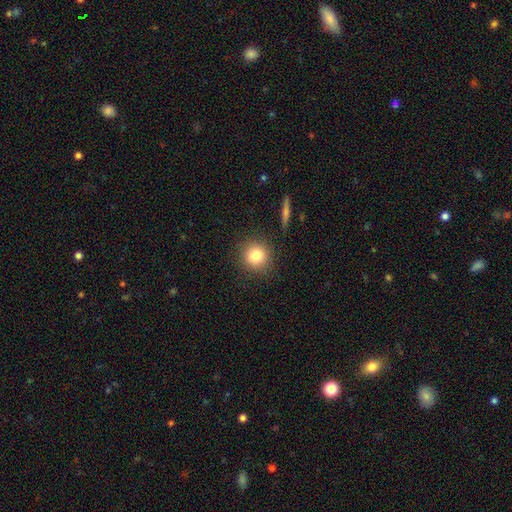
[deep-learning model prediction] Overall: smooth (80%). How rounded: round (92%). Merging: none (89%).